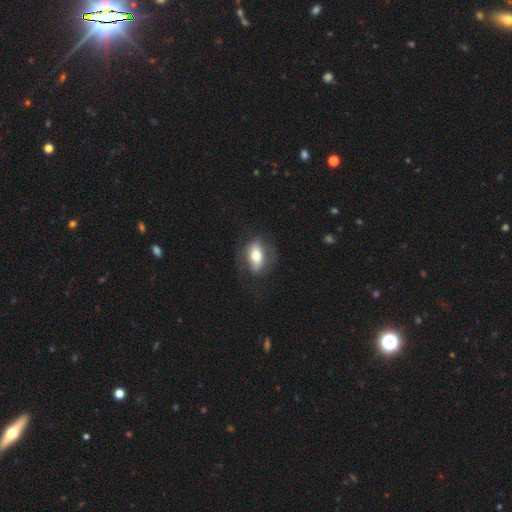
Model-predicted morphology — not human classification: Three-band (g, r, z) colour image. It shows a smooth galaxy with no disk features (61%) that is in between round and cigar-shaped (80%). Merging: none (70%).